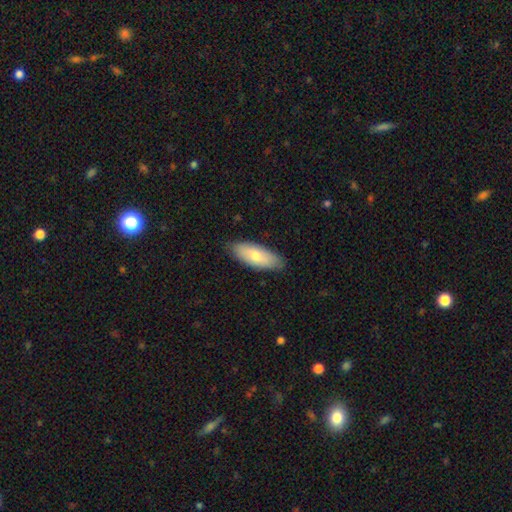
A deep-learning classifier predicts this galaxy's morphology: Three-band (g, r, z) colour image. It shows a smooth galaxy with no disk features (75%) that is in between round and cigar-shaped (78%). Merging: none (84%).